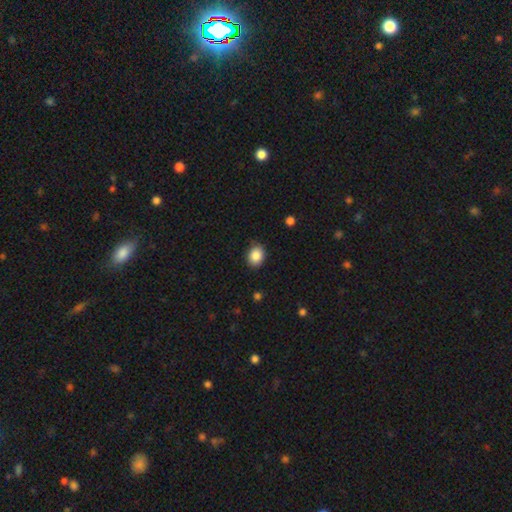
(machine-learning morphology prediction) Smooth or featured? smooth (87%)
How rounded? in between (56%)
Merging? none (85%)